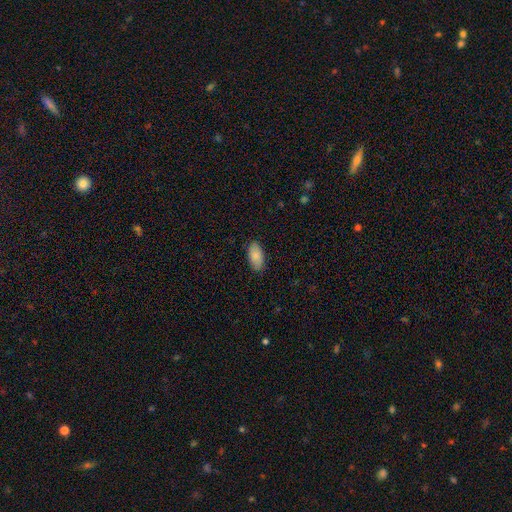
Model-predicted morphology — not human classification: Smooth or featured? smooth (88%)
How rounded? in between (93%)
Merging? none (87%)